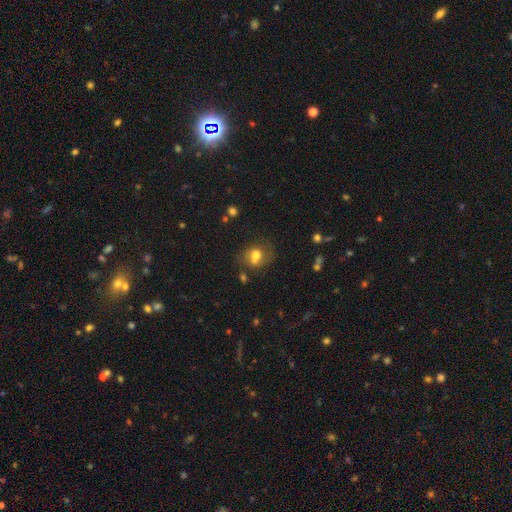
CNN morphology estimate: Smooth or featured: smooth — 65% (featured or disk — 22%)
How rounded: round — 58% (in between — 41%)
Merging: none — 39% (merger — 34%)